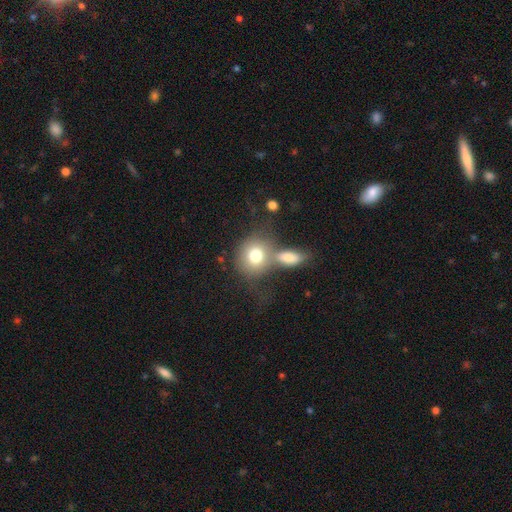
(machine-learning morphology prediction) Q: Smooth or featured?
A: smooth (76%); runner-up: featured or disk (16%)
Q: How rounded?
A: round (74%); runner-up: in between (25%)
Q: Merging?
A: merger (41%); runner-up: none (39%)